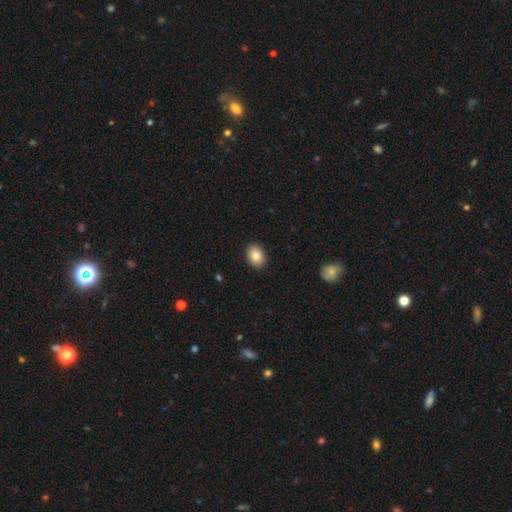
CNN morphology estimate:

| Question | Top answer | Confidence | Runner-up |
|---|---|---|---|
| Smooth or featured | smooth | 85% | star or artifact (8%) |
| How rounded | in between | 68% | round (31%) |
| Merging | none | 90% | minor disturbance (7%) |